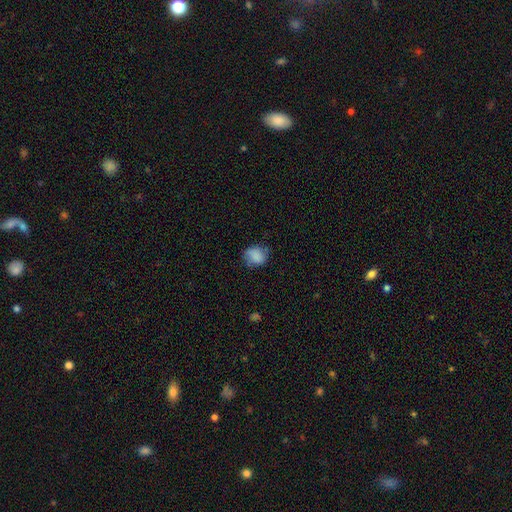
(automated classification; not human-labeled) Smooth or featured? smooth (79%)
How rounded? round (56%)
Merging? none (63%)